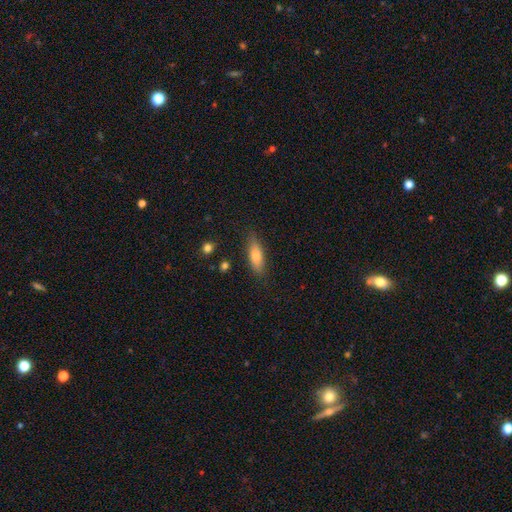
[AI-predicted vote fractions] Q: Smooth or featured?
A: smooth (74%); runner-up: featured or disk (19%)
Q: How rounded?
A: in between (50%); runner-up: cigar-shaped (48%)
Q: Merging?
A: none (82%); runner-up: minor disturbance (13%)